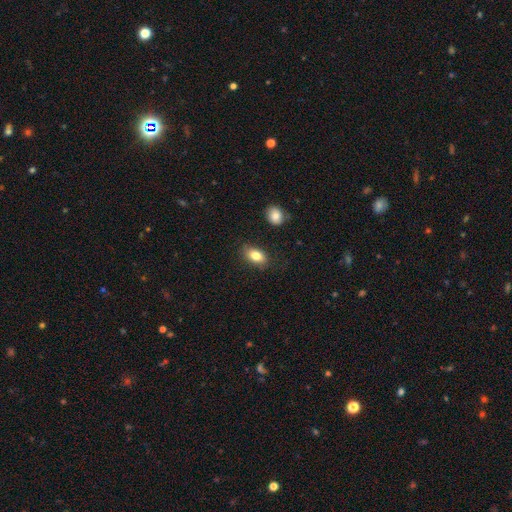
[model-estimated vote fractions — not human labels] Morphology: type=smooth (82%); roundness=in between (87%); merging=none (82%).